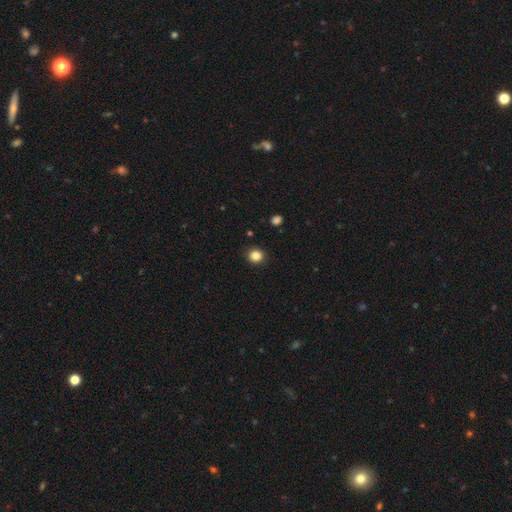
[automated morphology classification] A smooth galaxy with no disk features (85%) that is round (85%). Merging: none (91%).